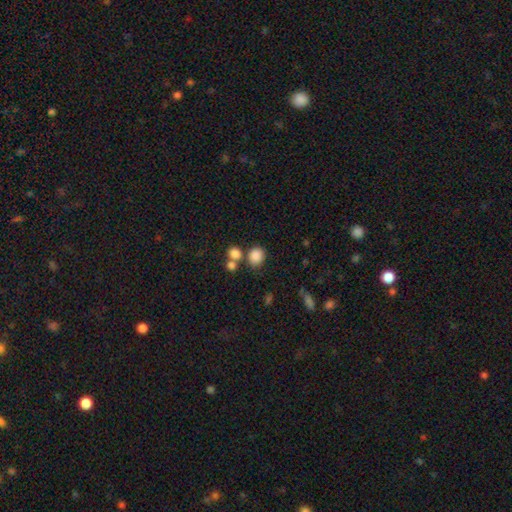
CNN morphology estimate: The model was most divided on "merging": none: 61%, merger: 24%, minor disturbance: 10%, major disturbance: 4%. More confident: smooth or featured — smooth (84%); how rounded — round (73%).